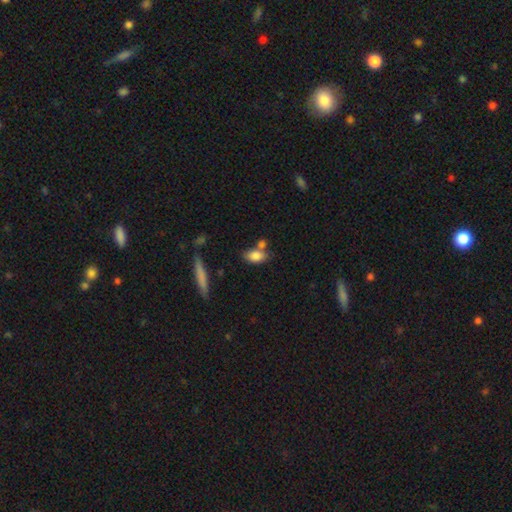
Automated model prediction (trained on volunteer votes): smooth 82%, featured or disk 10%, star or artifact 8%. Down the decision tree: how rounded — in between (85%); merging — none (56%).